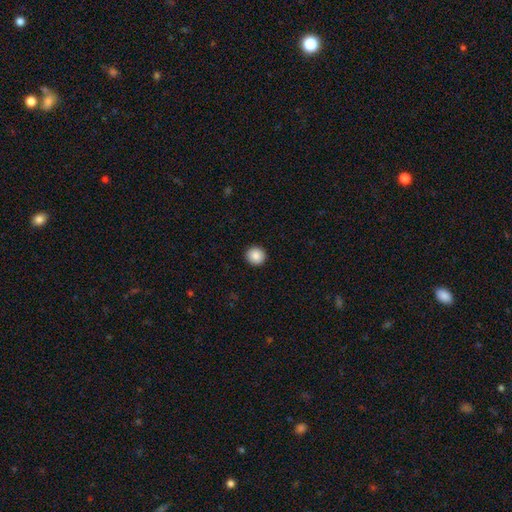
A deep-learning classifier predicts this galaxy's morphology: smooth_or_featured: smooth (p=0.88) [alt: star or artifact p=0.08]
how_rounded: round (p=0.94) [alt: in between p=0.05]
merging: none (p=0.93) [alt: minor disturbance p=0.04]